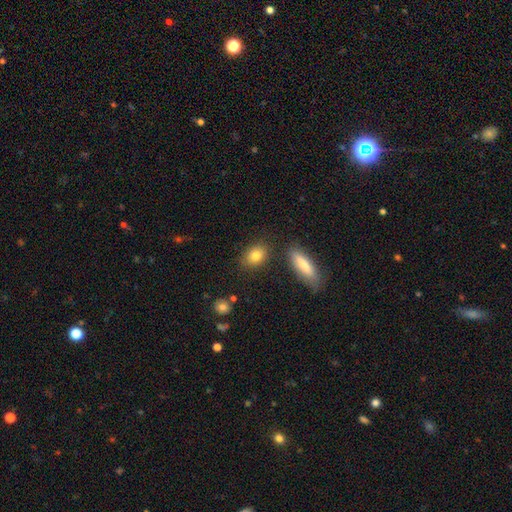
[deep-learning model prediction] Smooth or featured? smooth (81%)
How rounded? in between (69%)
Merging? none (81%)